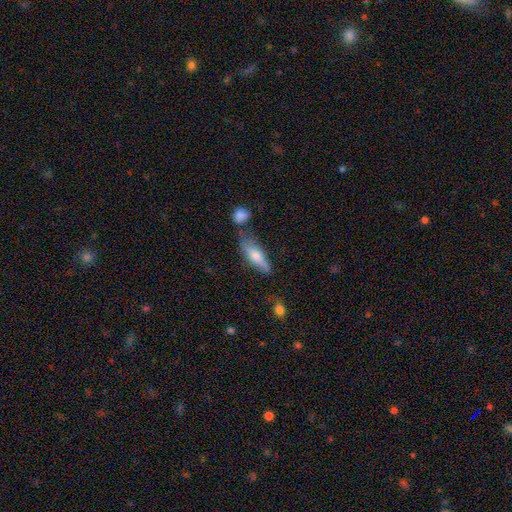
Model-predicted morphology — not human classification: This is possibly a smooth galaxy (60%). How rounded: possibly cigar-shaped (52%). Merging: possibly none (58%).